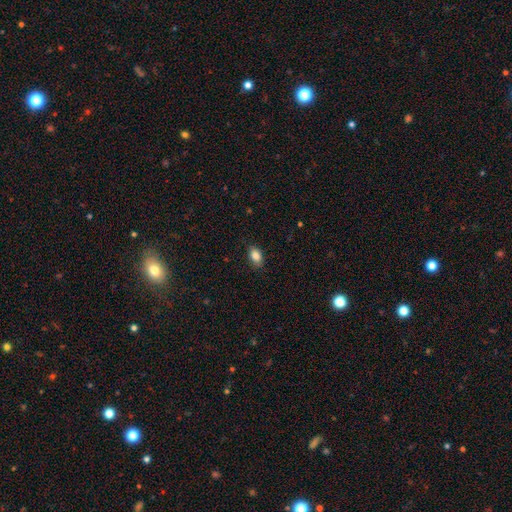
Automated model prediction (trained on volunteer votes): Smooth or featured? smooth (85%)
How rounded? in between (88%)
Merging? none (86%)